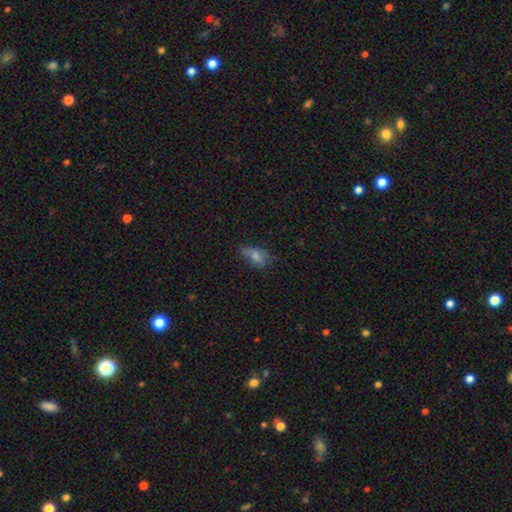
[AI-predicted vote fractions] Smooth or featured: smooth — 62% (featured or disk — 21%)
How rounded: in between — 80% (round — 13%)
Merging: none — 48% (minor disturbance — 33%)